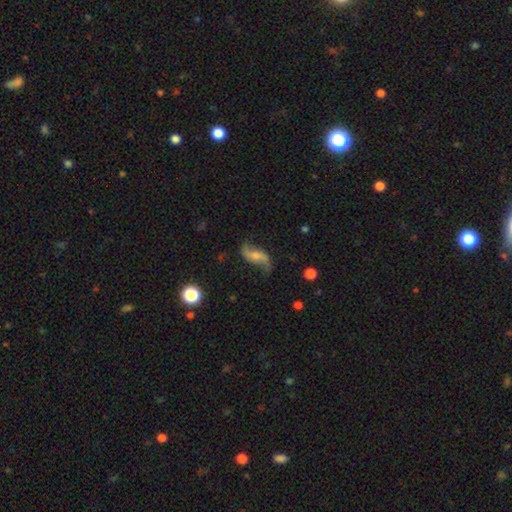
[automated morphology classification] A featured or disk galaxy (80%) with no bar (45%), 2 (92%) loose (88%) spiral arms (94%) and a small central bulge (38%). Merging: none (72%).